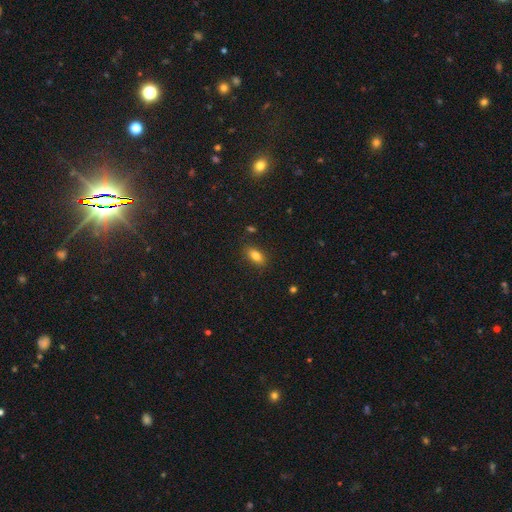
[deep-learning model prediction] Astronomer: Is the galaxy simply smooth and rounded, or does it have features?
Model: smooth — 81%.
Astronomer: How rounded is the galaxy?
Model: in between — 86%.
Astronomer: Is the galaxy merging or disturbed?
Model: none — 84%.